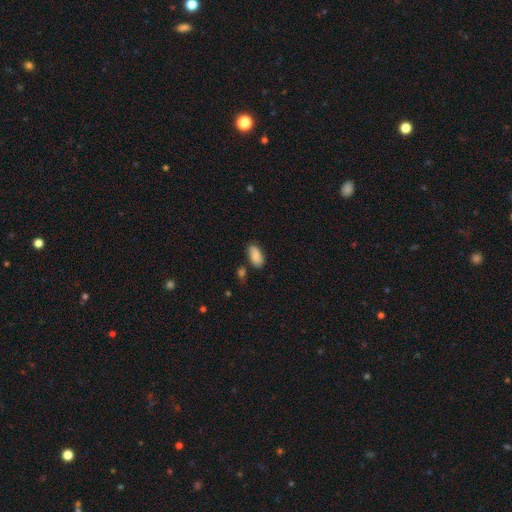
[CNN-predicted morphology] A smooth galaxy with no disk features (84%) that is in between round and cigar-shaped (92%). Merging: none (73%).